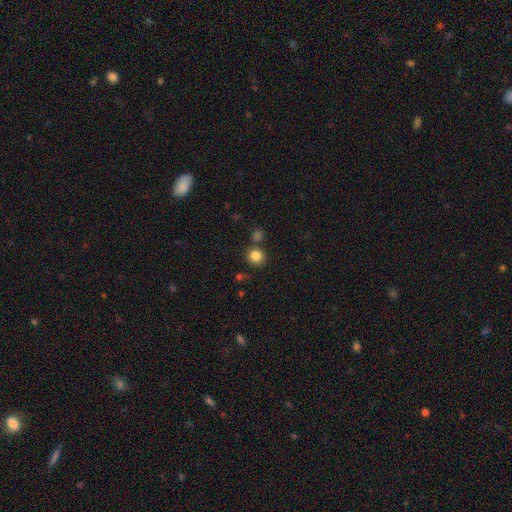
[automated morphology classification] Smooth or featured?
  - smooth: 84% *
  - star or artifact: 11%
  - featured or disk: 5%
How rounded?
  - round: 87% *
  - in between: 12%
  - cigar-shaped: 1%
Merging?
  - none: 78% *
  - merger: 11%
  - minor disturbance: 8%
  - major disturbance: 3%